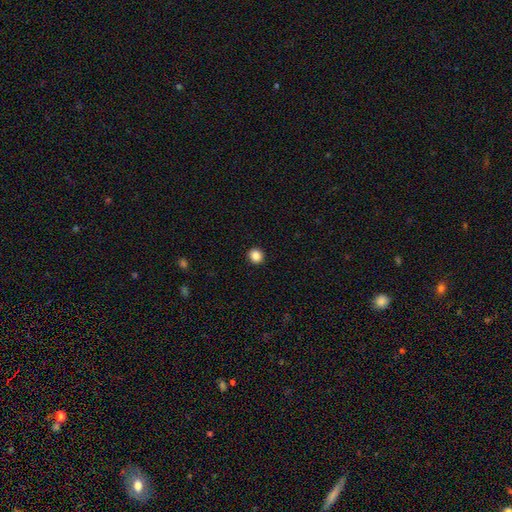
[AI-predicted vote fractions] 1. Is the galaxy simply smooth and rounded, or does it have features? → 86% smooth, 10% star or artifact, 4% featured or disk.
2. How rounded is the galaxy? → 90% round, 9% in between, 1% cigar-shaped.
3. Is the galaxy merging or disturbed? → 93% none, 4% minor disturbance, 1% major disturbance, 1% merger.